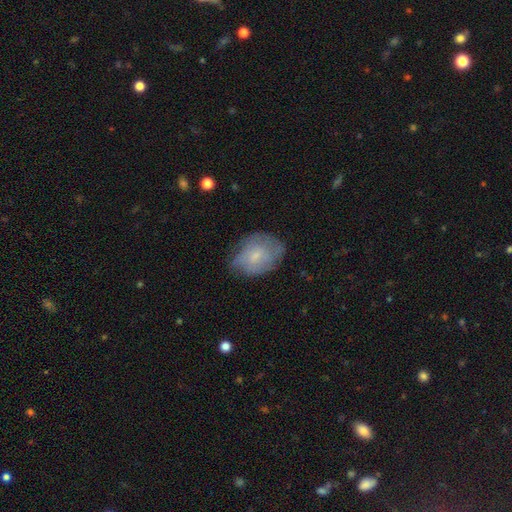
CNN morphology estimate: The model was most divided on "smooth or featured": smooth: 58%, featured or disk: 35%, star or artifact: 8%. More confident: how rounded — in between (68%); merging — none (57%).